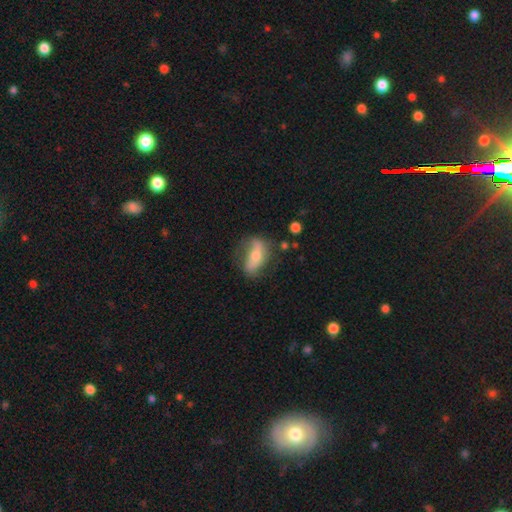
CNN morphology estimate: The model was most divided on "smooth or featured": featured or disk: 51%, smooth: 42%, star or artifact: 8%. More confident: edge-on disk — no (76%); merging — none (62%).